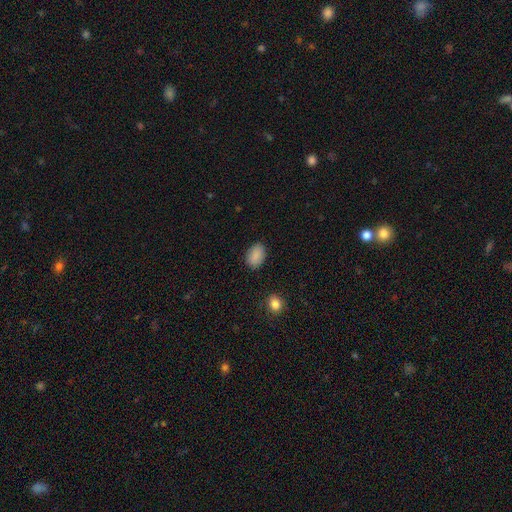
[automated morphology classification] smooth_or_featured: smooth (p=0.89) [alt: star or artifact p=0.08]
how_rounded: in between (p=0.82) [alt: round p=0.17]
merging: none (p=0.86) [alt: minor disturbance p=0.10]